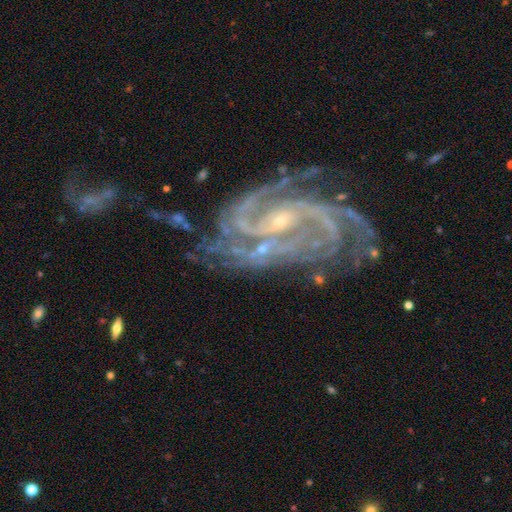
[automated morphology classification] The model was most divided on "spiral arm count": 2: 27%, 3: 26%, 4: 17%, can't tell: 12%, more than 4: 10%, 1: 8%. Remaining: spiral arms — yes (99%); edge-on disk — no (98%); smooth or featured — featured or disk (92%); bulge size — small (85%); merging — none (64%); spiral winding — tight (54%); bar — no (48%).